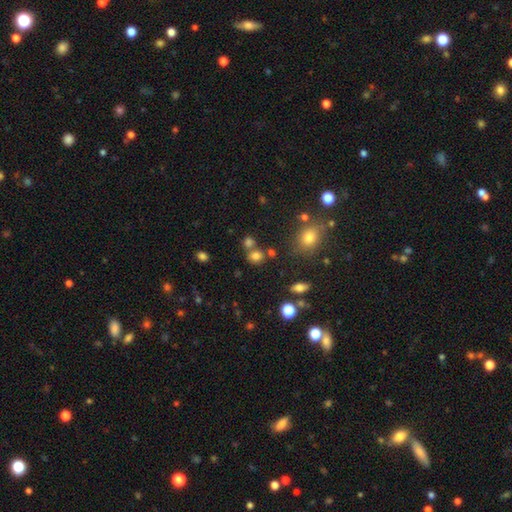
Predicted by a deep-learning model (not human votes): Overall: smooth (75%). How rounded: round (75%). Merging: none (62%; merger 24%).